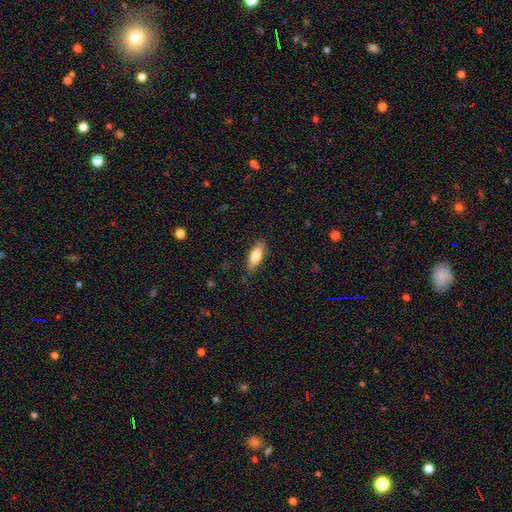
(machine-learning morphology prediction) Q: Smooth or featured?
A: smooth (74%); runner-up: featured or disk (20%)
Q: How rounded?
A: in between (69%); runner-up: cigar-shaped (28%)
Q: Merging?
A: none (82%); runner-up: minor disturbance (14%)